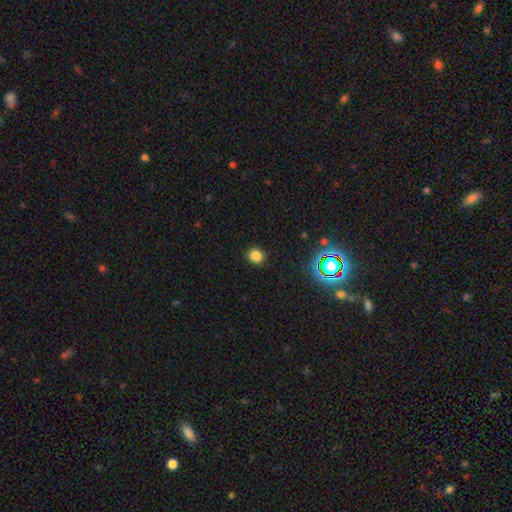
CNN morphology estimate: A smooth galaxy with no disk features (80%) that is round (83%). Merging: none (90%).